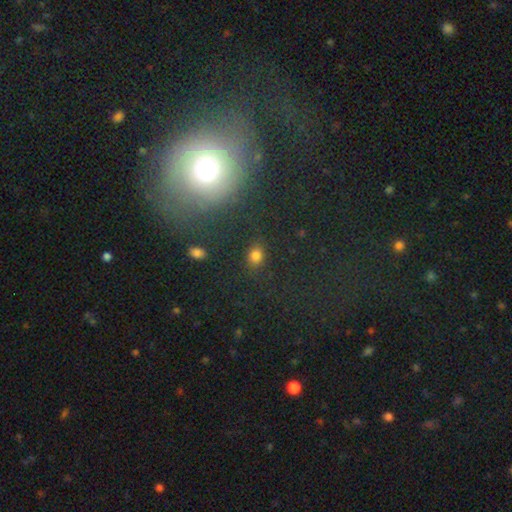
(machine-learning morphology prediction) type=smooth (76%); roundness=in between (50%); merging=none (84%).